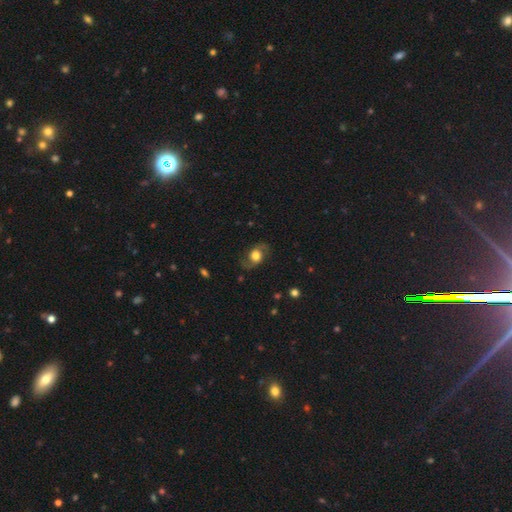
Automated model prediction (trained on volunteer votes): Smooth or featured? featured or disk (63%)
Edge-on disk? no (95%)
Bar? no (68%)
Spiral arms? yes (86%)
Spiral winding? loose (54%)
Spiral arm count? 2 (92%)
Bulge size? large (49%)
Merging? none (76%)